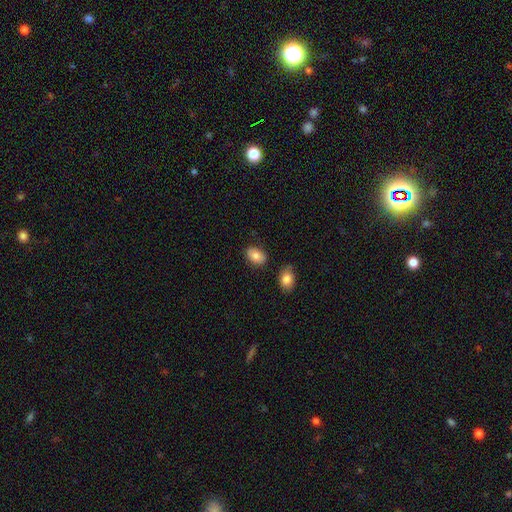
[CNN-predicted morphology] This appears to be a smooth galaxy with no disk features (83%) that is in between round and cigar-shaped (85%). Merging: none (81%).